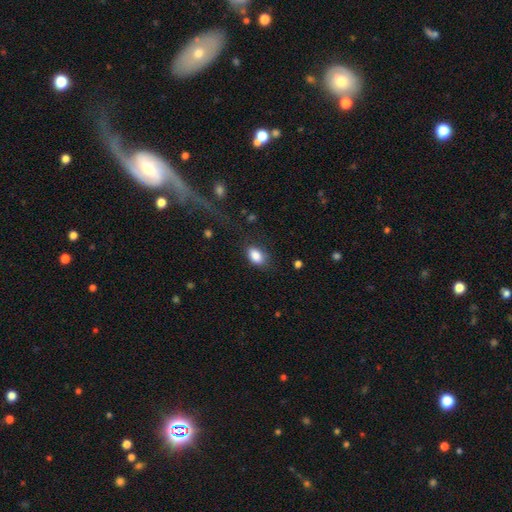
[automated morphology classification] smooth_or_featured: smooth (p=0.86) [alt: star or artifact p=0.08]
how_rounded: in between (p=0.87) [alt: round p=0.11]
merging: none (p=0.74) [alt: minor disturbance p=0.18]